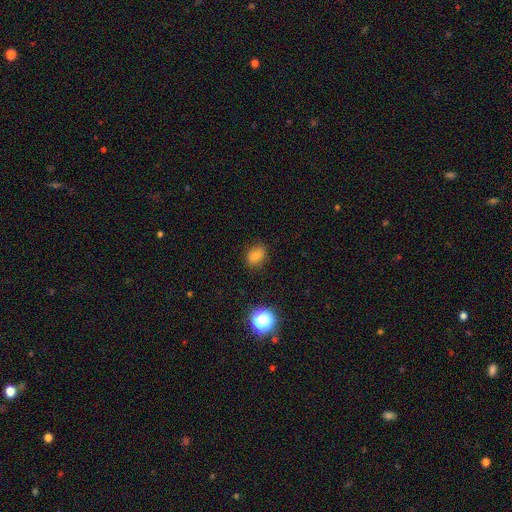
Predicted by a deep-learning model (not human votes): A smooth galaxy with no disk features (80%) that is in between round and cigar-shaped (64%). Merging: none (83%).